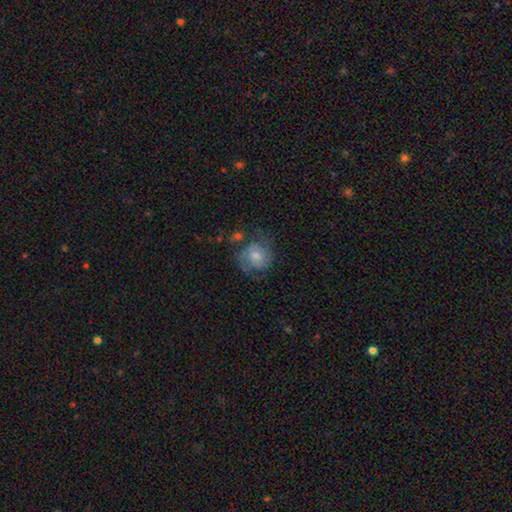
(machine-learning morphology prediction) Smooth or featured? featured or disk (54%)
Edge-on disk? no (97%)
Bar? no (56%)
Spiral arms? yes (82%)
Bulge size? moderate (48%)
Merging? none (54%)